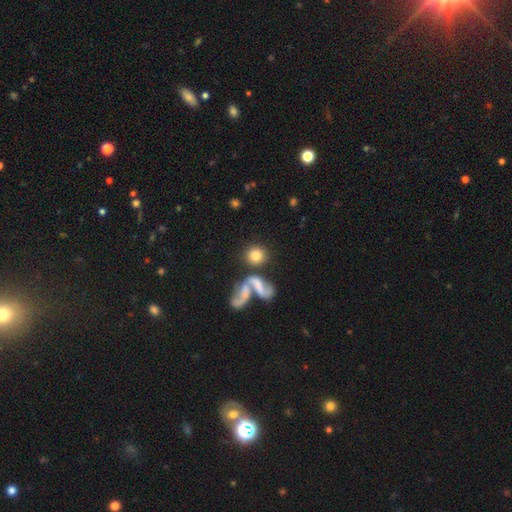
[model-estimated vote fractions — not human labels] smooth_or_featured: smooth (p=0.75) [alt: featured or disk p=0.15]
how_rounded: round (p=0.81) [alt: in between p=0.16]
merging: none (p=0.58) [alt: merger p=0.25]